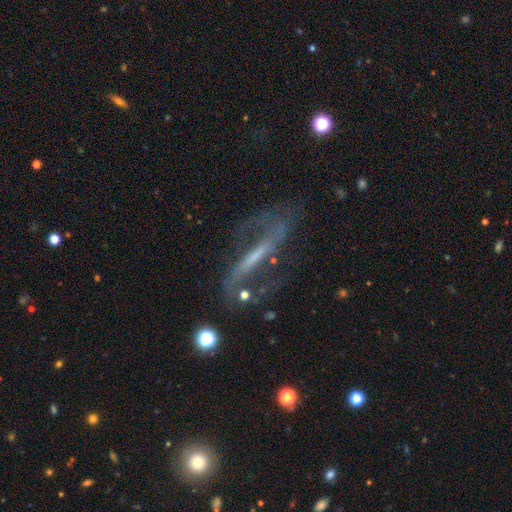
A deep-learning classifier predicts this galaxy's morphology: This appears to be a featured or disk galaxy (77%) with a strong bar (64%), spiral arms (81%) and a small central bulge (44%). Merging: none (60%).